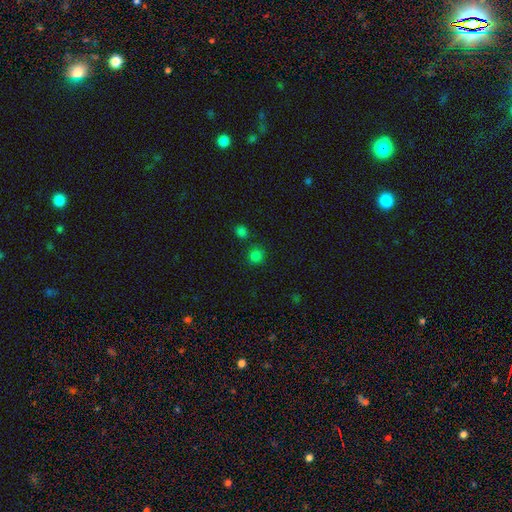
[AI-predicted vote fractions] Overall: smooth (79%). How rounded: round (91%). Merging: none (79%).